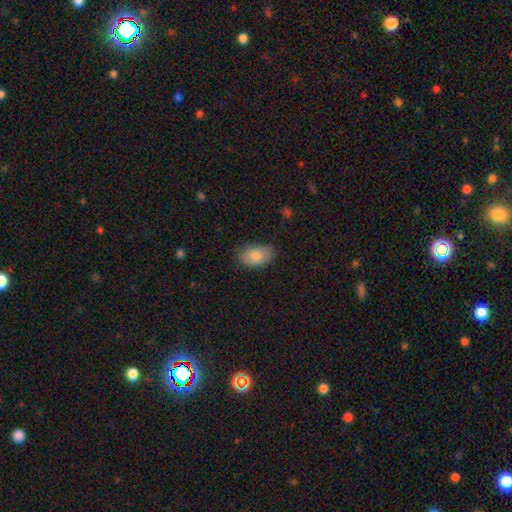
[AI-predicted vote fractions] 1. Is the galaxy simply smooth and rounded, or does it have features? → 82% smooth, 11% featured or disk, 7% star or artifact.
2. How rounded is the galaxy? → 89% in between, 9% round, 1% cigar-shaped.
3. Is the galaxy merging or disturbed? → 78% none, 18% minor disturbance, 3% major disturbance, 1% merger.